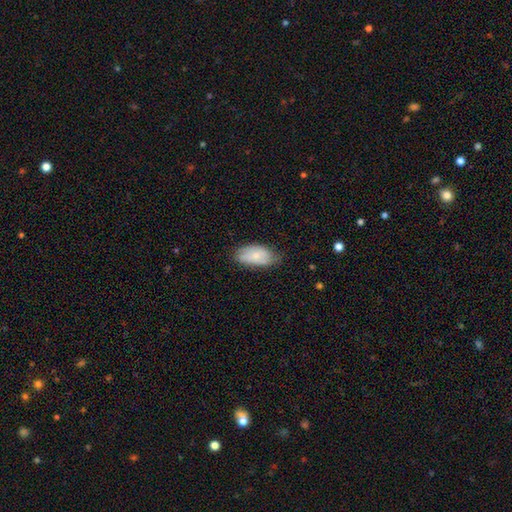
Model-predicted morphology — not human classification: A smooth galaxy with no disk features (69%) that is in between round and cigar-shaped (93%).

Vote fractions:
- Smooth or featured? smooth: 69% / featured or disk: 25% / star or artifact: 7%
- How rounded? in between: 93% / round: 3% / cigar-shaped: 3%
- Merging? none: 65% / minor disturbance: 28% / major disturbance: 6% / merger: 1%